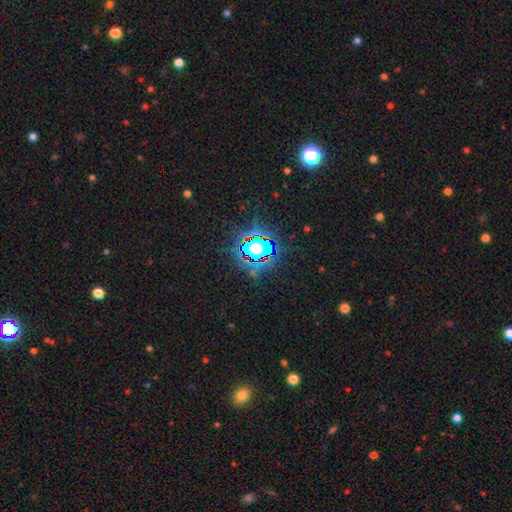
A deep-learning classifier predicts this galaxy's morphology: A star or artifact, not a galaxy (79%).

Vote fractions:
- Smooth or featured? star or artifact: 79% / smooth: 13% / featured or disk: 9%